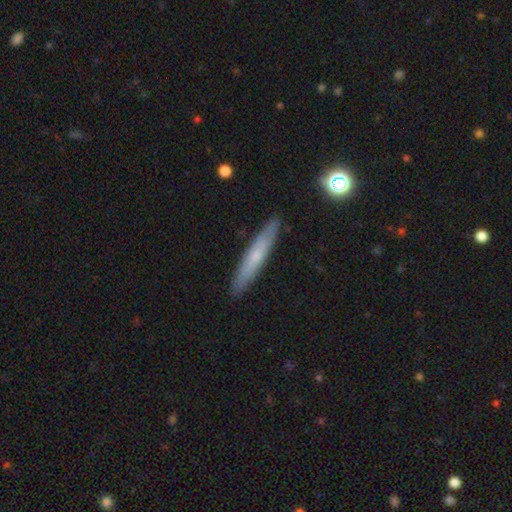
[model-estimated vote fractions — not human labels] Smooth or featured? Predicted: smooth (p=0.53). How rounded? Predicted: cigar-shaped (p=0.93). Merging? Predicted: none (p=0.89).